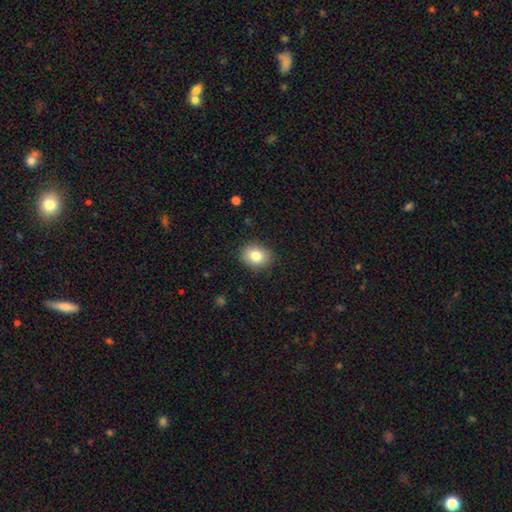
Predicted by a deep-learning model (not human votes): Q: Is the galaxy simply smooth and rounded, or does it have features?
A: smooth — 83%.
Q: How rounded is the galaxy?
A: in between — 53%.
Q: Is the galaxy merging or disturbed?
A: none — 88%.